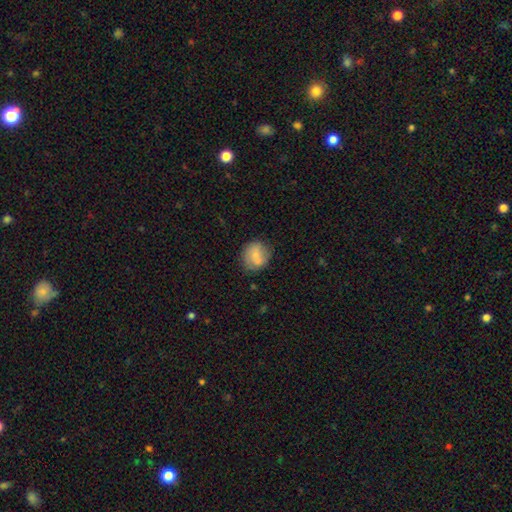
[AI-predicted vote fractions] This appears to be a smooth galaxy with no disk features (72%) that is round (77%). Merging: none (65%).